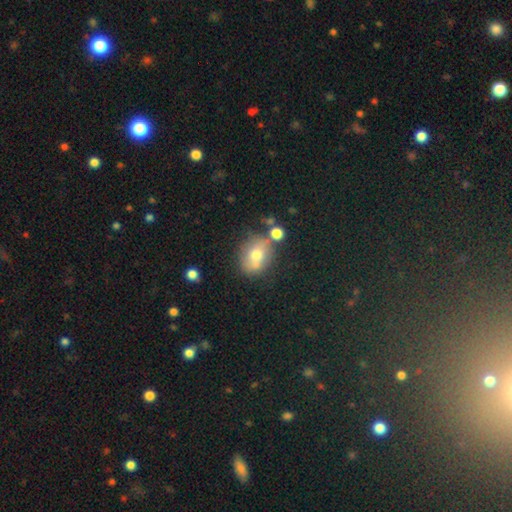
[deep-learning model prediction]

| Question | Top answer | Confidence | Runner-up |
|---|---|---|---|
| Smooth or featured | smooth | 60% | featured or disk (27%) |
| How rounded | in between | 59% | round (39%) |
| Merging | none | 62% | minor disturbance (19%) |